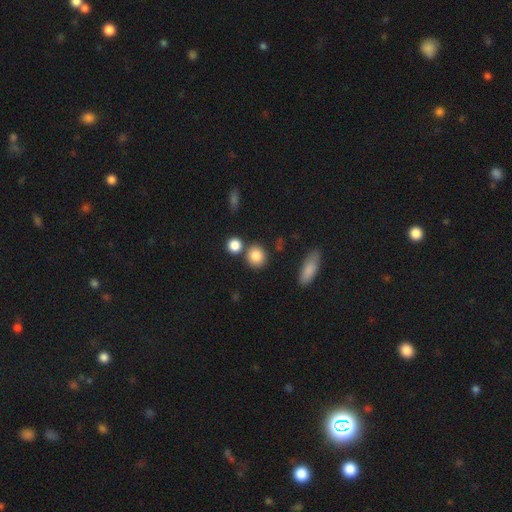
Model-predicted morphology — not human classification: A smooth galaxy with no disk features (85%) that is round (81%). Merging: none (76%).